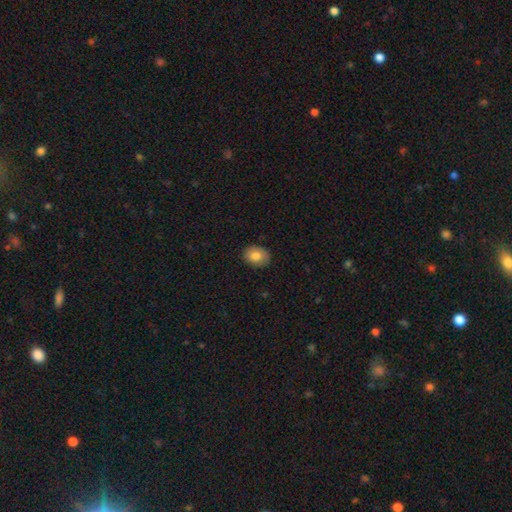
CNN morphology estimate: This appears to be a smooth galaxy with no disk features (81%) that is in between round and cigar-shaped (57%). Merging: none (86%).